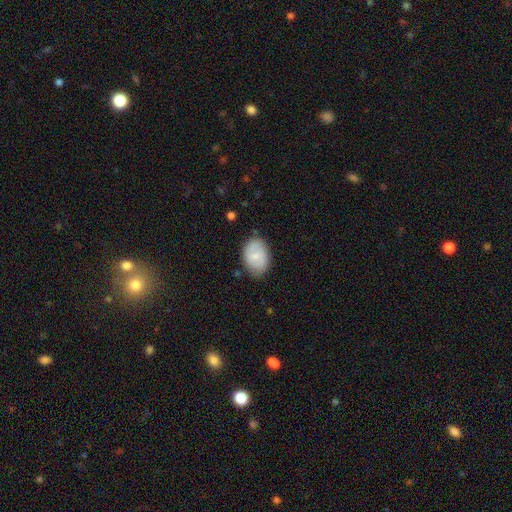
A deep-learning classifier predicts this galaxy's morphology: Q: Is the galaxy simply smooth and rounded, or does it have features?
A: smooth — 66%.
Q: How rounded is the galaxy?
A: in between — 80%.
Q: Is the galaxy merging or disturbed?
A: none — 77%.